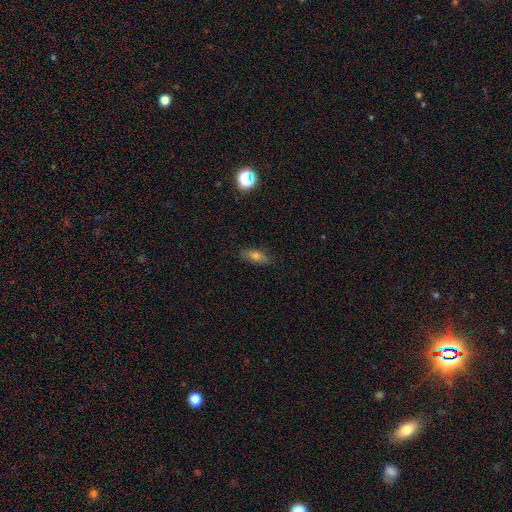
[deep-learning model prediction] A smooth galaxy with no disk features (68%) that is in between round and cigar-shaped (70%). Merging: none (86%).